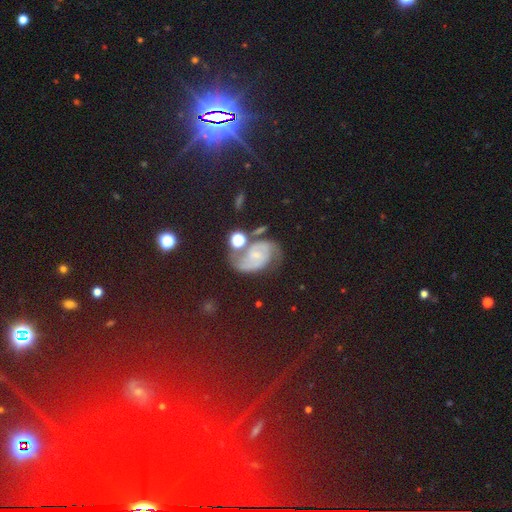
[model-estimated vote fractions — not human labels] Smooth or featured: featured or disk — 63% (star or artifact — 21%)
Edge-on disk: no — 97% (yes — 3%)
Bar: no — 53% (weak — 37%)
Spiral arms: yes — 92% (no — 8%)
Spiral winding: medium — 53% (tight — 28%)
Spiral arm count: 2 — 91% (can't tell — 4%)
Bulge size: small — 64% (moderate — 22%)
Merging: none — 60% (minor disturbance — 21%)